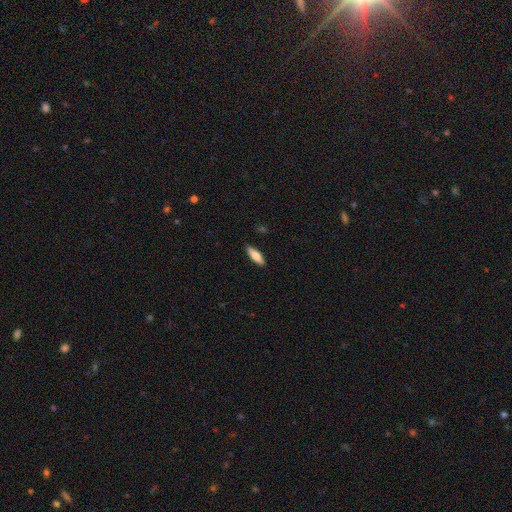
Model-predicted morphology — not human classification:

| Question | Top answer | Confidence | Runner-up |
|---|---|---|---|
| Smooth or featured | smooth | 78% | featured or disk (17%) |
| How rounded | cigar-shaped | 51% | in between (47%) |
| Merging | none | 89% | minor disturbance (8%) |